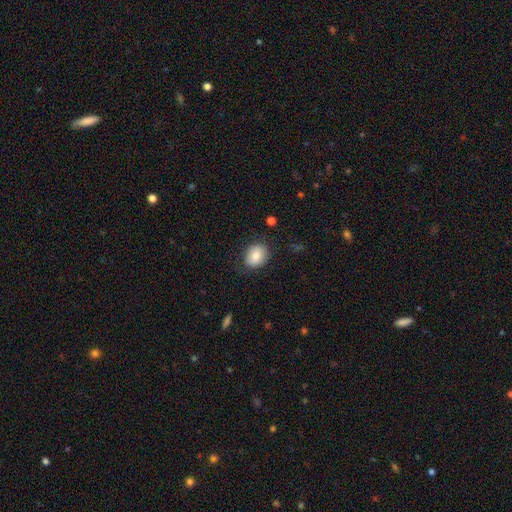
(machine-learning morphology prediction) Smooth or featured? Predicted: smooth (p=0.81). How rounded? Predicted: in between (p=0.50). Merging? Predicted: none (p=0.77).